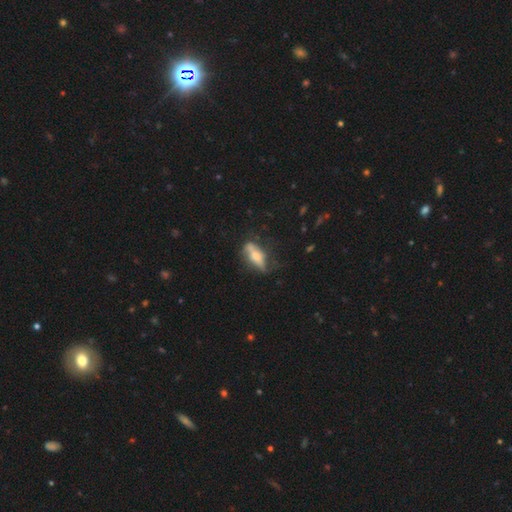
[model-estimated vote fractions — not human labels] This is possibly a smooth galaxy (50%). Merging: possibly none (56%).